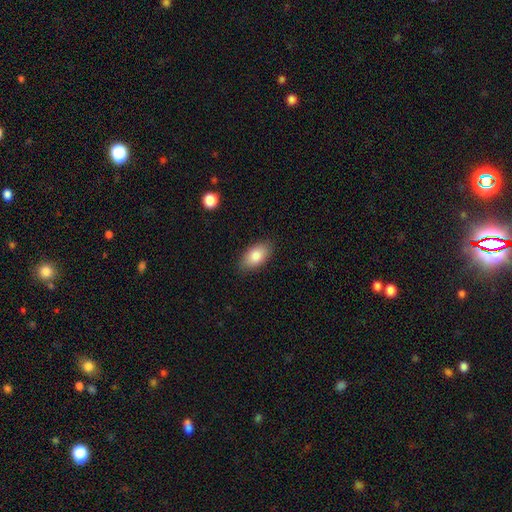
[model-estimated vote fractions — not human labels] Smooth or featured? smooth (84%)
How rounded? in between (93%)
Merging? none (86%)